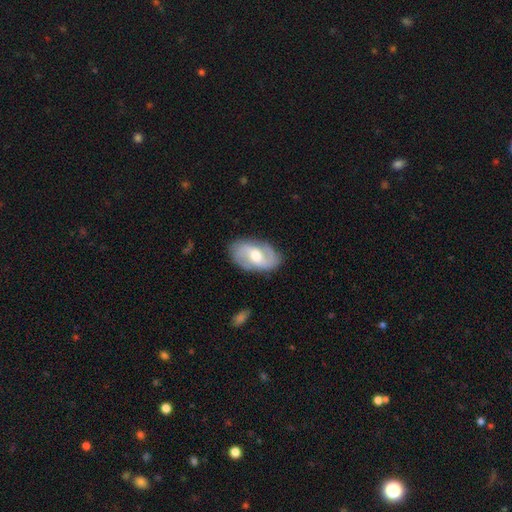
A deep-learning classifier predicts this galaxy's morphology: This appears to be a featured or disk galaxy (73%) with a weak bar (48%), 2 (78%) medium (46%) spiral arms (88%) and a moderate central bulge (72%). Merging: none (81%).